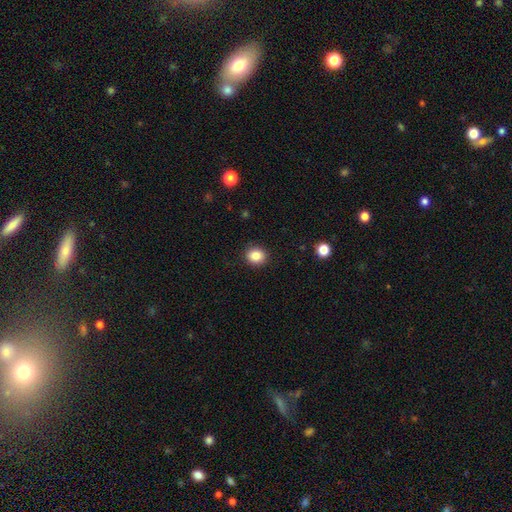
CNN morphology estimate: Overall: smooth (86%). How rounded: round (72%). Merging: none (90%).